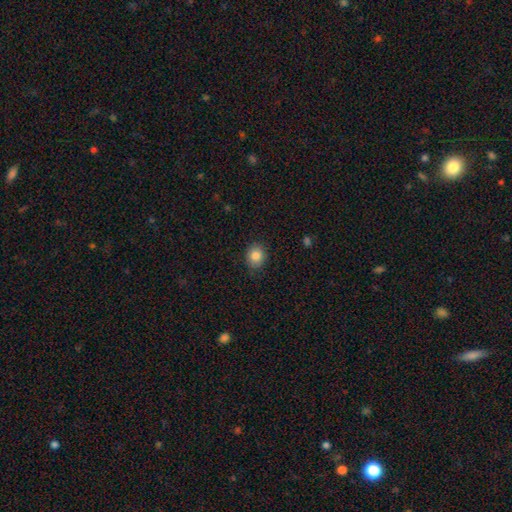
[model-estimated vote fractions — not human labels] A smooth galaxy with no disk features (84%) that is round (66%). Merging: none (87%).